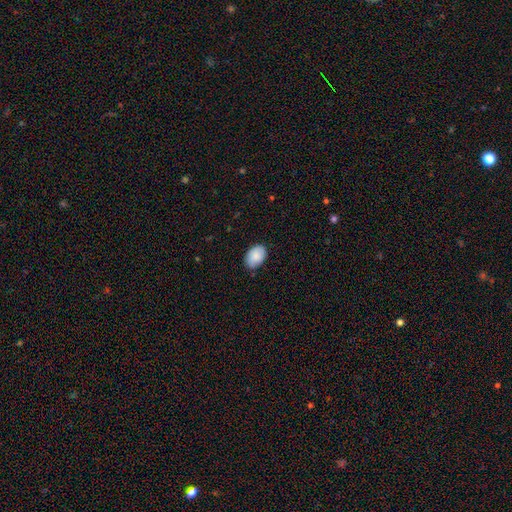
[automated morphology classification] This is clearly a smooth galaxy (87%). How rounded: clearly in between (83%). Merging: likely none (79%).